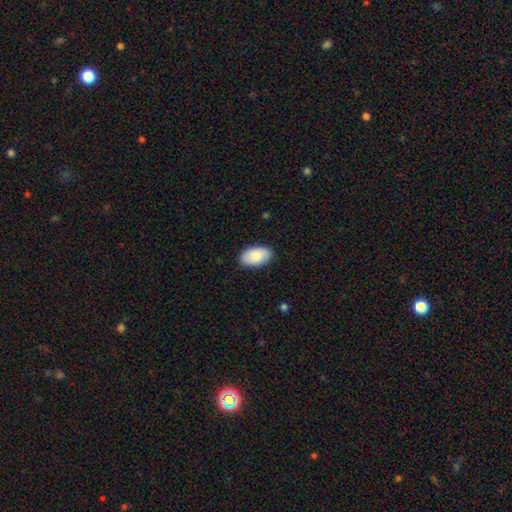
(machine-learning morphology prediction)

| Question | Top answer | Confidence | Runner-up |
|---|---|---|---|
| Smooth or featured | smooth | 86% | featured or disk (8%) |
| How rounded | in between | 95% | round (4%) |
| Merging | none | 86% | minor disturbance (11%) |